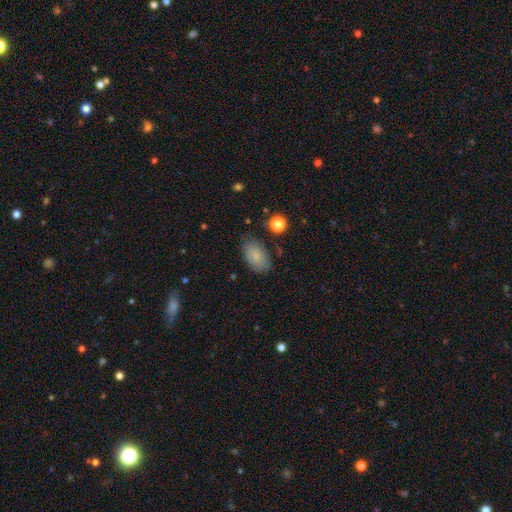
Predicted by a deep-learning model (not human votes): Smooth or featured?
  - smooth: 77% *
  - featured or disk: 15%
  - star or artifact: 8%
How rounded?
  - in between: 91% *
  - round: 8%
  - cigar-shaped: 2%
Merging?
  - none: 76% *
  - minor disturbance: 18%
  - major disturbance: 4%
  - merger: 2%